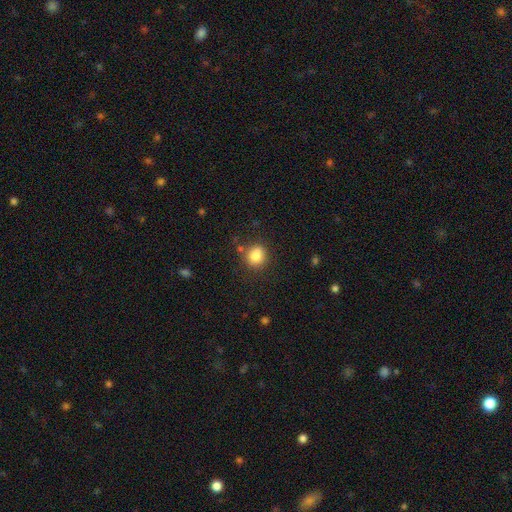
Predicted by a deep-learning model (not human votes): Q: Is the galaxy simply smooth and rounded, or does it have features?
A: smooth — 84%.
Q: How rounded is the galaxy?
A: round — 78%.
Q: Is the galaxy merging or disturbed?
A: none — 79%.